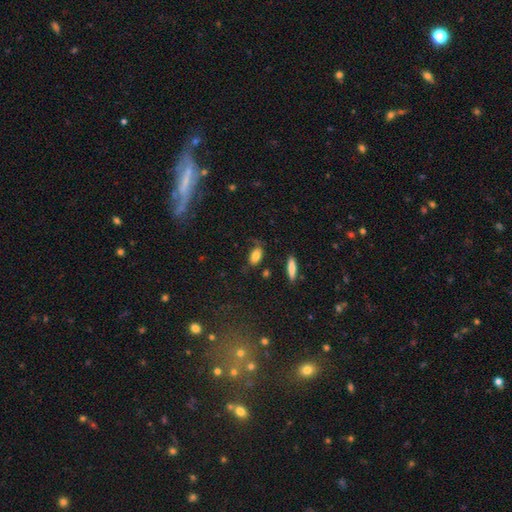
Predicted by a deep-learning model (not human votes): smooth 79%, featured or disk 12%, star or artifact 9%. Down the decision tree: how rounded — in between (89%); merging — none (63%).